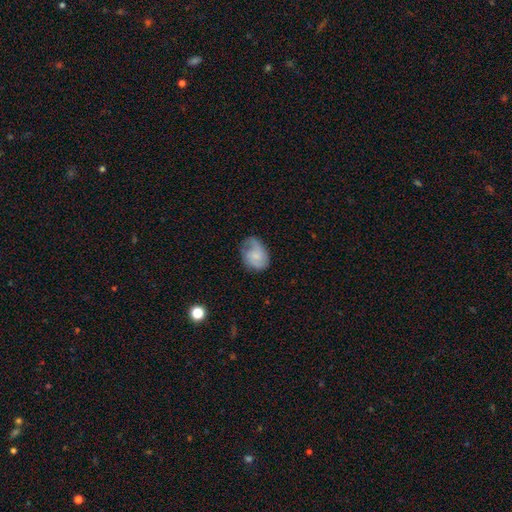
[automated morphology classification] Smooth or featured? Predicted: featured or disk (p=0.48). Merging? Predicted: none (p=0.51).